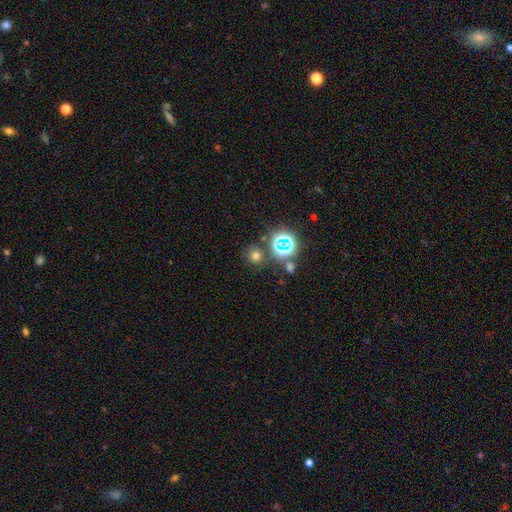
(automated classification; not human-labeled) Overall: smooth (62%; star or artifact 30%). How rounded: round (86%). Merging: none (78%).